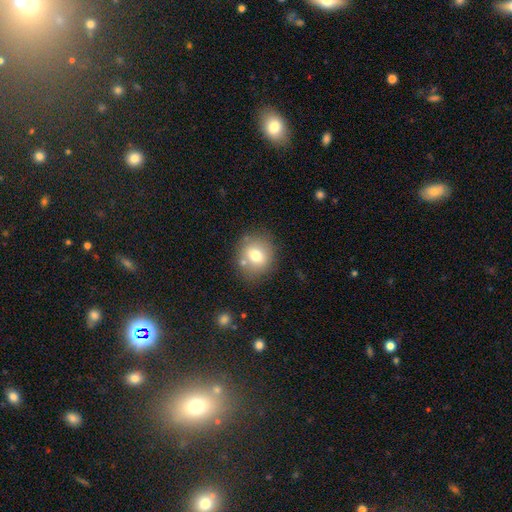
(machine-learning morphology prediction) Smooth or featured: smooth — 74% (featured or disk — 16%)
How rounded: round — 75% (in between — 24%)
Merging: none — 76% (minor disturbance — 13%)